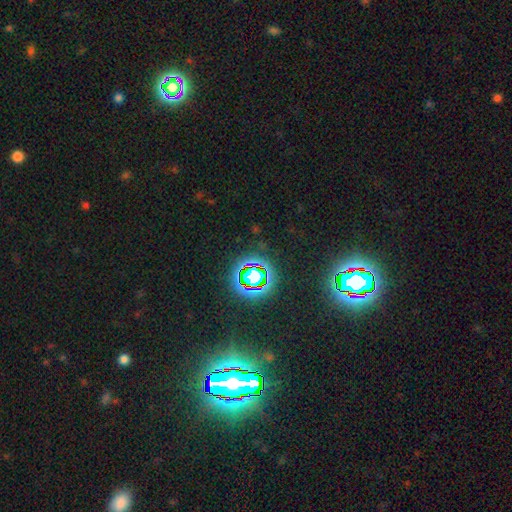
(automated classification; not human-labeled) smooth_or_featured: star or artifact (p=0.80) [alt: smooth p=0.13]